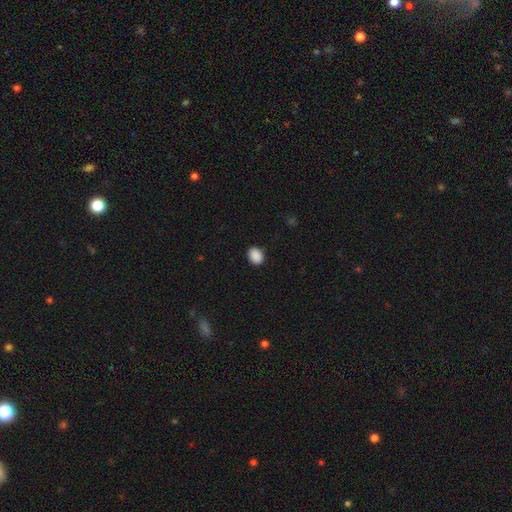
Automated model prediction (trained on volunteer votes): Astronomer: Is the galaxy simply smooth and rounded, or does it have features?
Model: smooth — 90%.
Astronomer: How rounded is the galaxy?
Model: in between — 62% (runner-up: round, 37%).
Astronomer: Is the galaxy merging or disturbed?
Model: none — 88%.